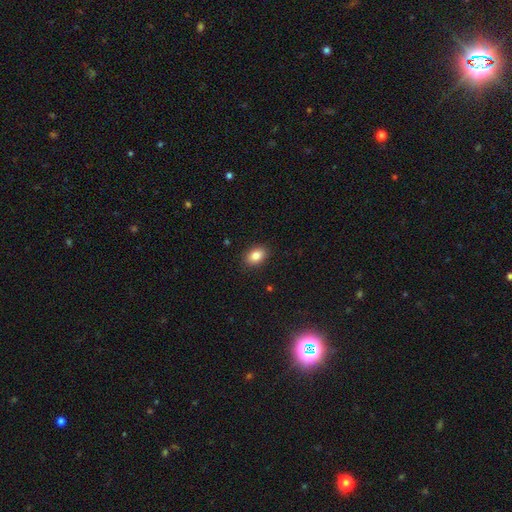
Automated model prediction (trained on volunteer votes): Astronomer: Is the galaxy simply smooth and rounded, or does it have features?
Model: smooth — 85%.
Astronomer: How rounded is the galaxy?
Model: in between — 83%.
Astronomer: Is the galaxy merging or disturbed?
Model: none — 89%.